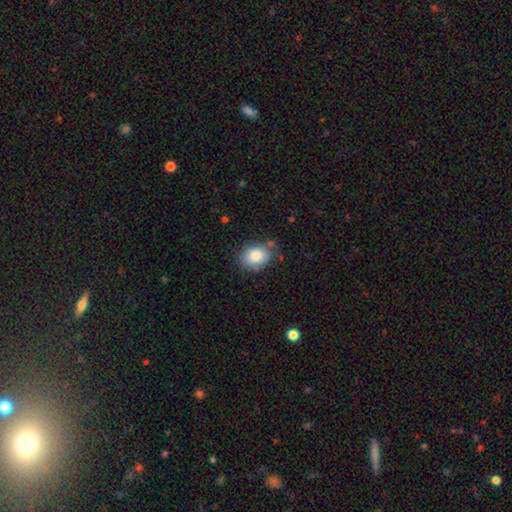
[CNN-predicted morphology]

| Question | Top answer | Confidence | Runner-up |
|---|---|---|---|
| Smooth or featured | smooth | 83% | featured or disk (9%) |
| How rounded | in between | 60% | round (39%) |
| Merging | none | 73% | minor disturbance (19%) |